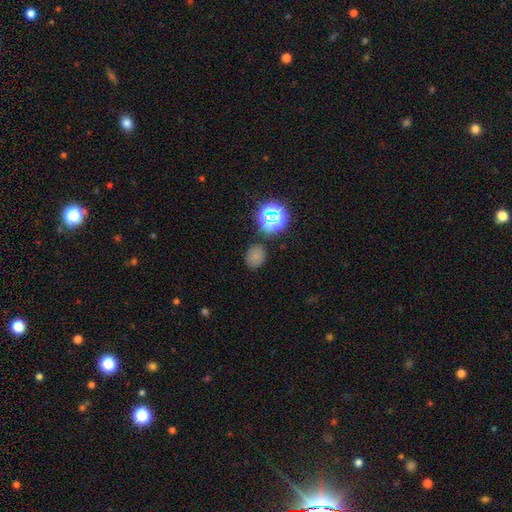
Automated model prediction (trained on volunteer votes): This is likely a smooth galaxy (70%). How rounded: likely round (69%). Merging: likely none (79%).